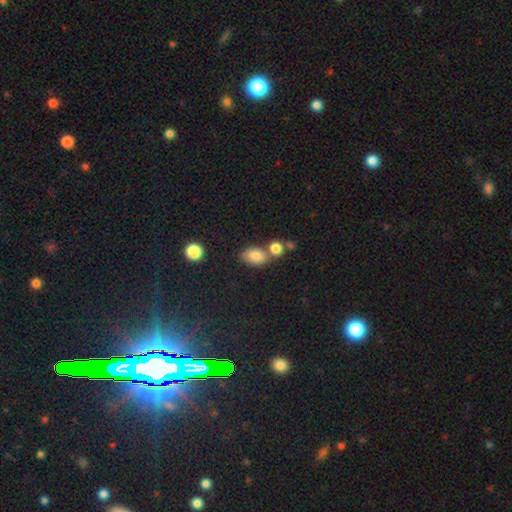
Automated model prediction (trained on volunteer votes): Smooth or featured?
  - smooth: 82% *
  - star or artifact: 10%
  - featured or disk: 9%
How rounded?
  - in between: 85% *
  - round: 13%
  - cigar-shaped: 2%
Merging?
  - none: 51% *
  - merger: 31%
  - minor disturbance: 14%
  - major disturbance: 5%